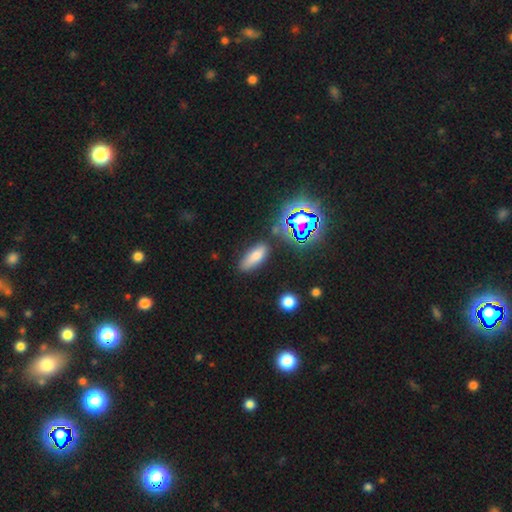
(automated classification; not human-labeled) Smooth or featured?
  - smooth: 68% *
  - star or artifact: 20%
  - featured or disk: 13%
How rounded?
  - in between: 69% *
  - cigar-shaped: 27%
  - round: 5%
Merging?
  - none: 79% *
  - minor disturbance: 13%
  - major disturbance: 4%
  - merger: 4%